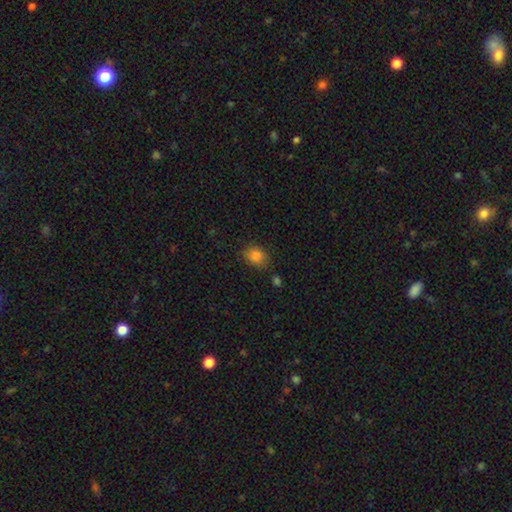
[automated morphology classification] Overall: smooth (85%). How rounded: round (58%; in between 41%). Merging: none (76%).